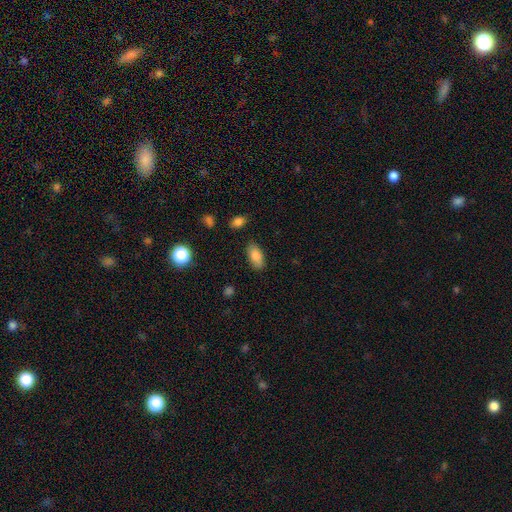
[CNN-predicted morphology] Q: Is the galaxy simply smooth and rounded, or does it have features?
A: smooth — 83%.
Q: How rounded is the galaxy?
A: in between — 91%.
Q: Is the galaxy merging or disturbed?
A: none — 85%.